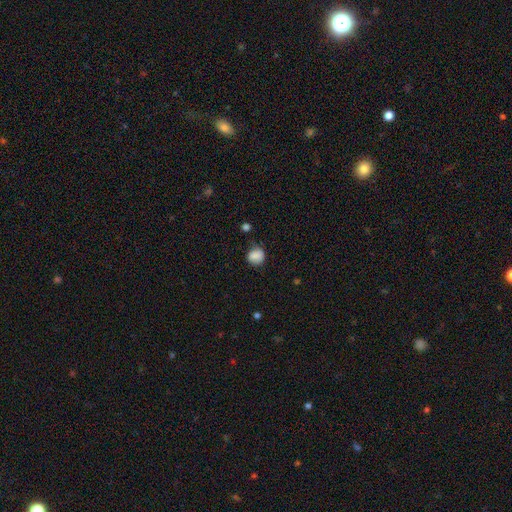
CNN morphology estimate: This appears to be a smooth galaxy with no disk features (85%) that is round (78%). Merging: none (70%).